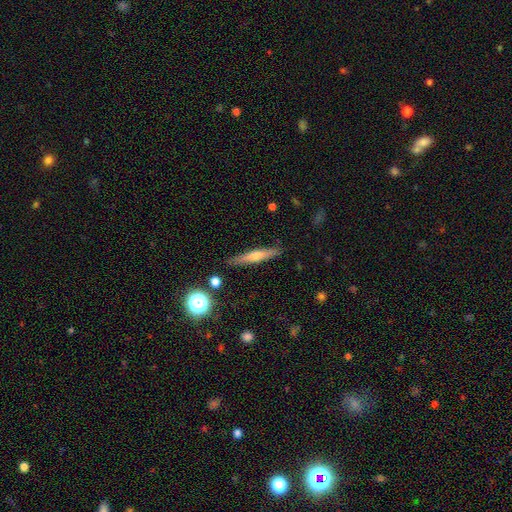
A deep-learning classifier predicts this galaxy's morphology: smooth-or-featured: featured or disk: 48% | smooth: 44% | star or artifact: 8%
  merging: none: 87% | minor disturbance: 9% | major disturbance: 2% | merger: 2%